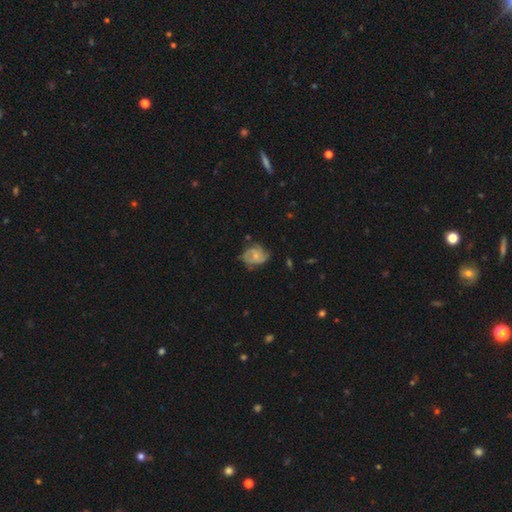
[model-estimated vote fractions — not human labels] A featured or disk galaxy (68%) with no bar (65%), 2 (44%) medium (43%) spiral arms (88%) and a small central bulge (58%). Merging: none (59%).